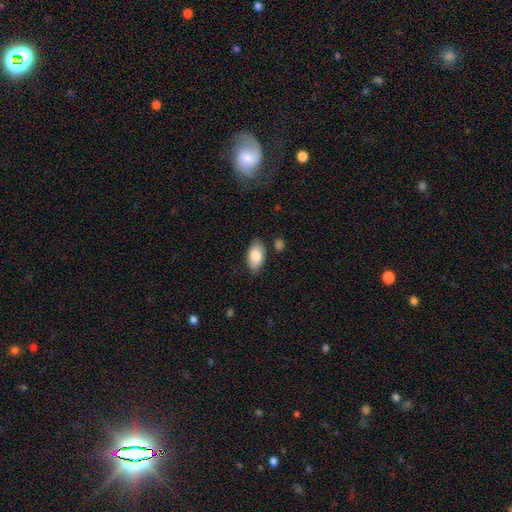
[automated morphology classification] type=smooth (84%); roundness=in between (94%); merging=none (81%).